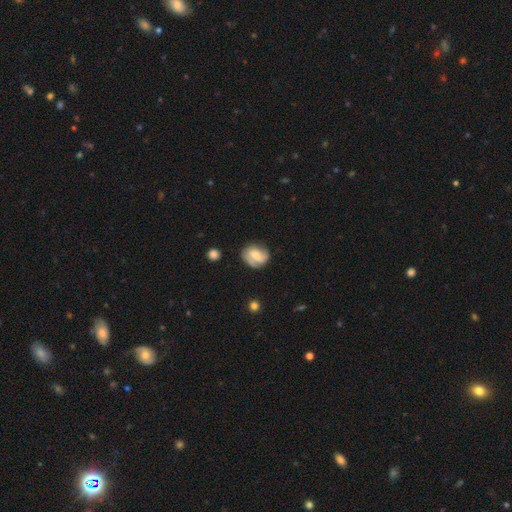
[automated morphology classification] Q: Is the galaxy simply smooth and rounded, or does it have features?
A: featured or disk — 49%.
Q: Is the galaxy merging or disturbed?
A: none — 62%.